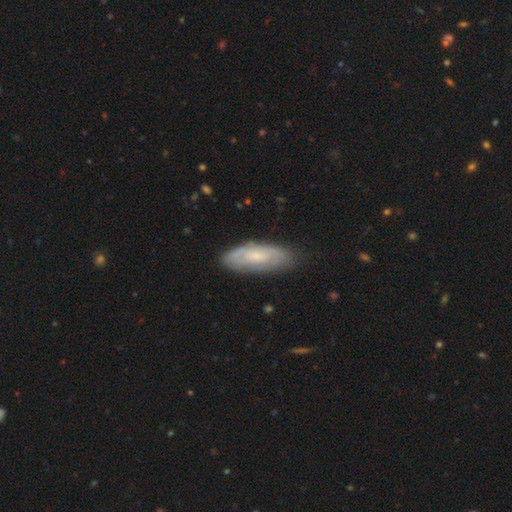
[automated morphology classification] smooth-or-featured: smooth: 52% | featured or disk: 42% | star or artifact: 7%
  how-rounded: in between: 70% | cigar-shaped: 28% | round: 2%
  merging: none: 73% | minor disturbance: 21% | major disturbance: 4% | merger: 2%